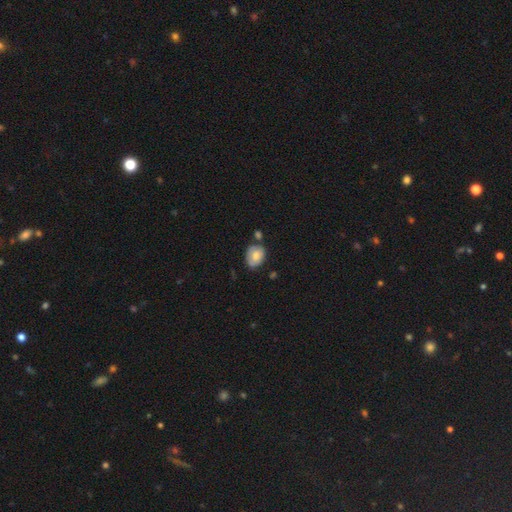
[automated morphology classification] Overall: smooth (72%). How rounded: in between (60%; round 39%). Merging: none (60%; minor disturbance 24%).